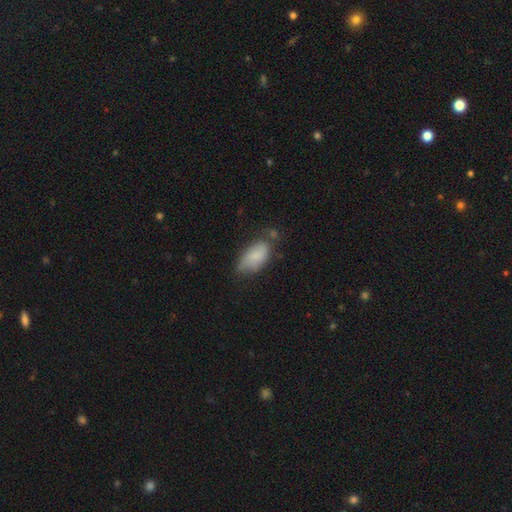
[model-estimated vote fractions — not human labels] Smooth or featured? Predicted: smooth (p=0.80). How rounded? Predicted: in between (p=0.91). Merging? Predicted: none (p=0.46).